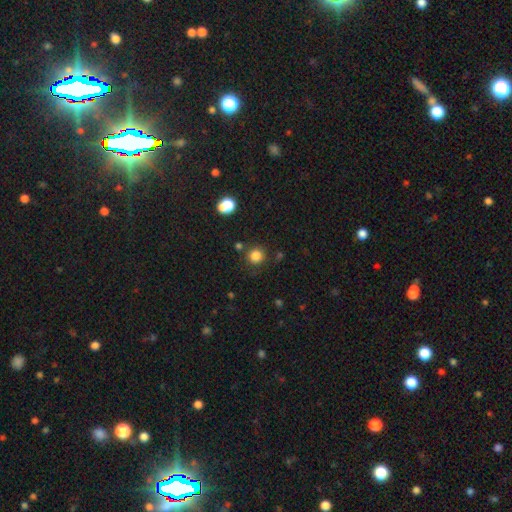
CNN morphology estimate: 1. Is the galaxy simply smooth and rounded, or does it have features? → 83% smooth, 13% star or artifact, 4% featured or disk.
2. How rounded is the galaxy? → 92% round, 7% in between, 1% cigar-shaped.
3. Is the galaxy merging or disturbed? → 83% none, 9% minor disturbance, 5% merger, 3% major disturbance.